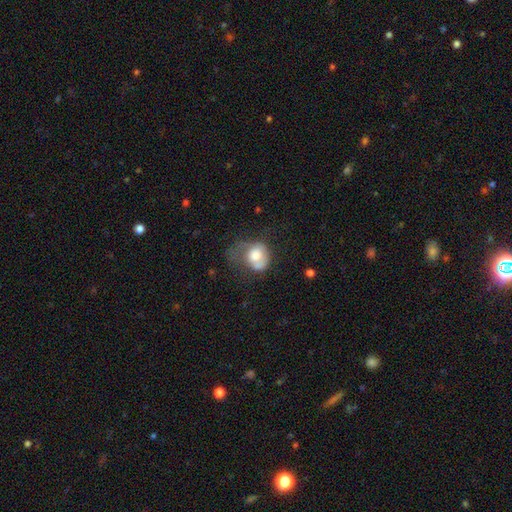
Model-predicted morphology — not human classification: Smooth or featured?
  - smooth: 62% *
  - featured or disk: 30%
  - star or artifact: 8%
How rounded?
  - round: 54% *
  - in between: 45%
  - cigar-shaped: 1%
Merging?
  - major disturbance: 45% *
  - minor disturbance: 25%
  - none: 21%
  - merger: 9%